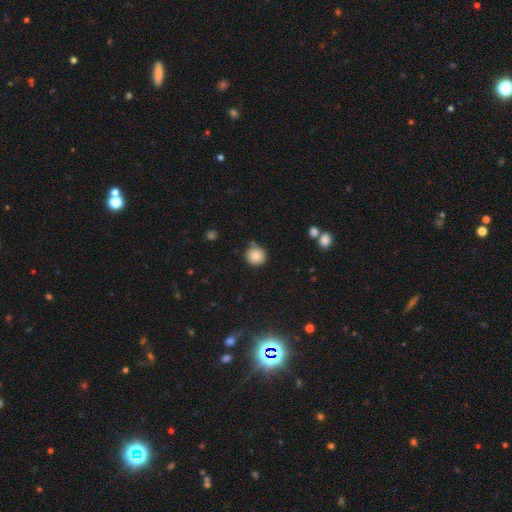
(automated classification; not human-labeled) Smooth or featured? smooth (83%)
How rounded? round (93%)
Merging? none (78%)